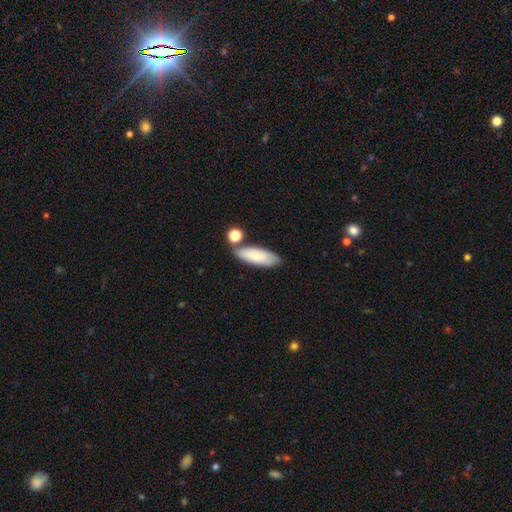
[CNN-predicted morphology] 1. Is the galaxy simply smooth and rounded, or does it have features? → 78% smooth, 15% featured or disk, 6% star or artifact.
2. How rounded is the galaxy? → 64% in between, 34% cigar-shaped, 2% round.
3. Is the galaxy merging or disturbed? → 66% none, 16% minor disturbance, 14% merger, 4% major disturbance.